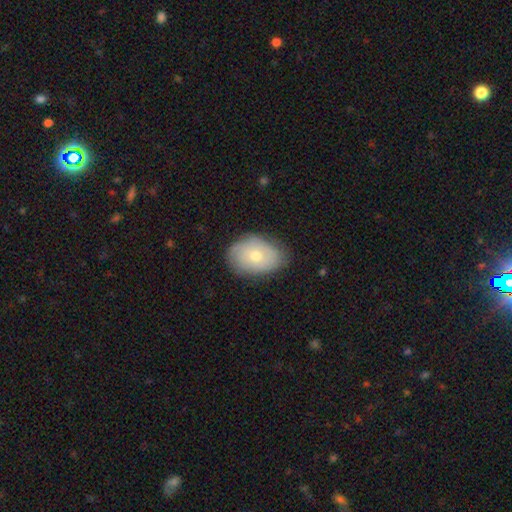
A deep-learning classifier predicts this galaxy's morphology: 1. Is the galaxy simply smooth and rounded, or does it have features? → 61% smooth, 32% featured or disk, 7% star or artifact.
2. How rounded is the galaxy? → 79% in between, 20% round, 1% cigar-shaped.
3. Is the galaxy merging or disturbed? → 72% none, 22% minor disturbance, 5% major disturbance, 1% merger.